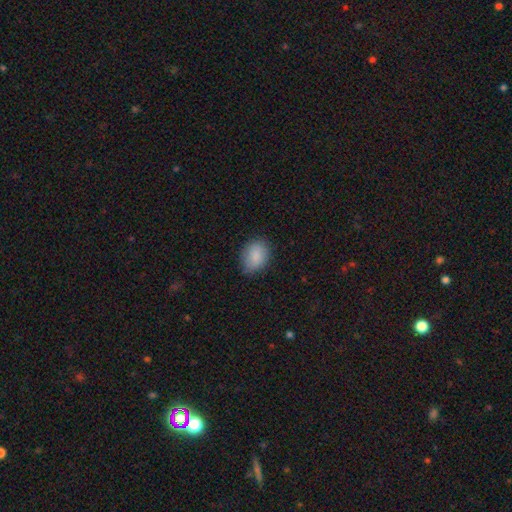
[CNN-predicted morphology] Smooth or featured?
  - smooth: 87% *
  - star or artifact: 7%
  - featured or disk: 6%
How rounded?
  - in between: 68% *
  - round: 31%
  - cigar-shaped: 1%
Merging?
  - none: 80% *
  - minor disturbance: 16%
  - major disturbance: 3%
  - merger: 1%